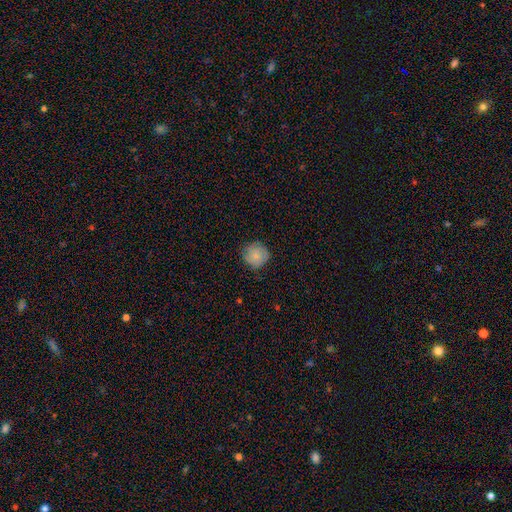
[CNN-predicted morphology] type=smooth (78%); roundness=round (90%); merging=none (78%).